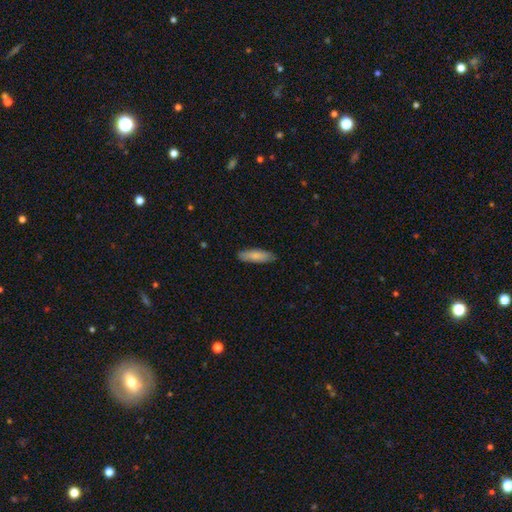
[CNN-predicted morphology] type=smooth (82%); roundness=cigar-shaped (54%); merging=none (84%).